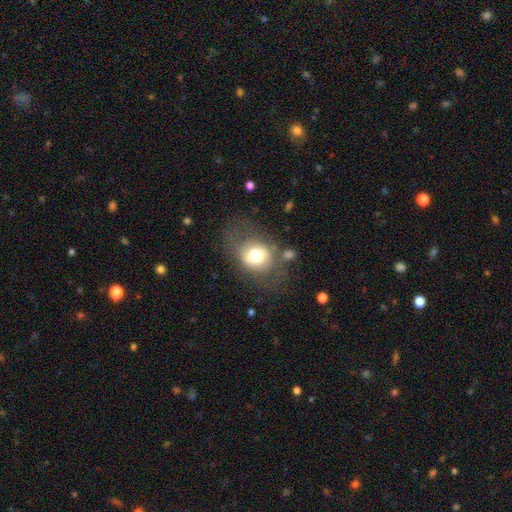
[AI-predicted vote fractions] Smooth or featured?
  - smooth: 62% *
  - featured or disk: 29%
  - star or artifact: 9%
How rounded?
  - in between: 50% *
  - round: 49%
  - cigar-shaped: 1%
Merging?
  - none: 56% *
  - minor disturbance: 20%
  - major disturbance: 18%
  - merger: 6%